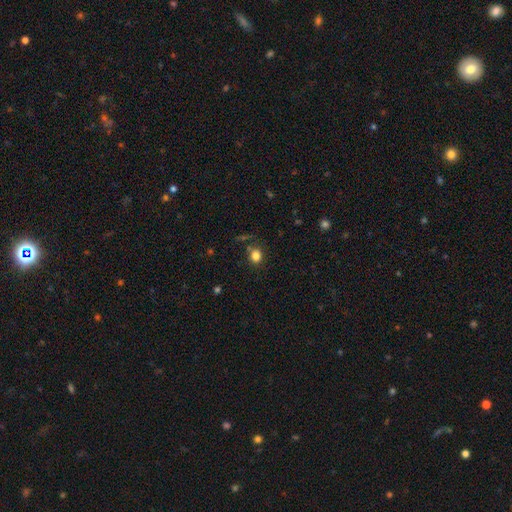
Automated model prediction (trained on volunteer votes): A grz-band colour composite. It shows a smooth galaxy with no disk features (82%) that is round (70%). Merging: none (77%).